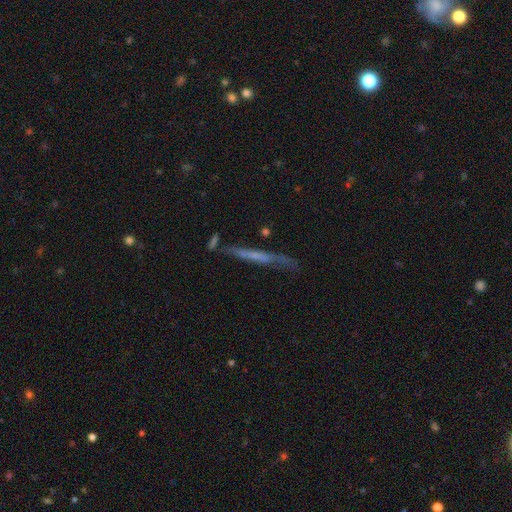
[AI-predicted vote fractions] This is possibly a featured or disk galaxy (55%). It is clearly viewed edge-on (84%). Merging: likely none (63%).